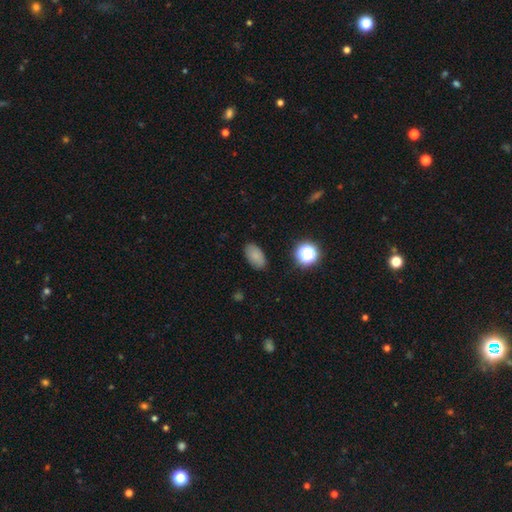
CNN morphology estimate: smooth_or_featured: smooth (p=0.81) [alt: star or artifact p=0.12]
how_rounded: in between (p=0.91) [alt: round p=0.07]
merging: none (p=0.83) [alt: minor disturbance p=0.12]